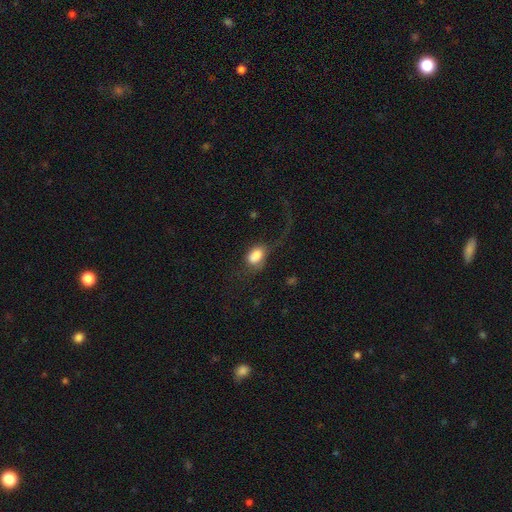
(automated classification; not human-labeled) Smooth or featured? smooth (77%)
How rounded? in between (85%)
Merging? major disturbance (49%)